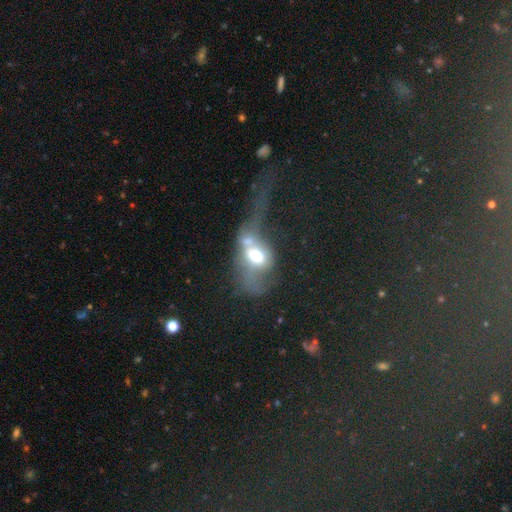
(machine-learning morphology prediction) smooth 50%, featured or disk 40%, star or artifact 10%. Down the decision tree: how rounded — in between (67%); merging — merger (41%).